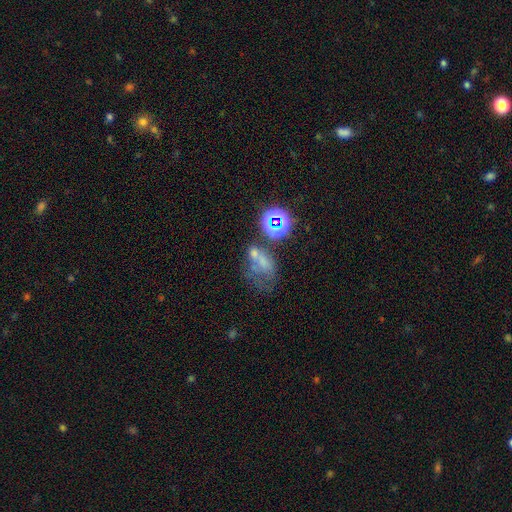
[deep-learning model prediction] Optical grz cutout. It shows a star or artifact, not a galaxy (37%).